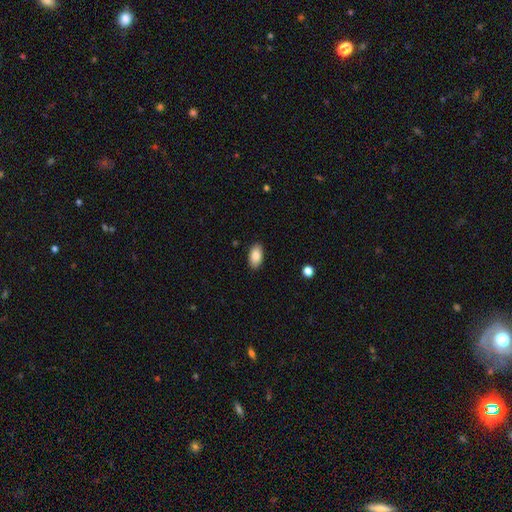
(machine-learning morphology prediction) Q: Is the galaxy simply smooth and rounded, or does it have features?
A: smooth — 86%.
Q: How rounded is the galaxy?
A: in between — 94%.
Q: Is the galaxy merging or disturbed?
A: none — 89%.